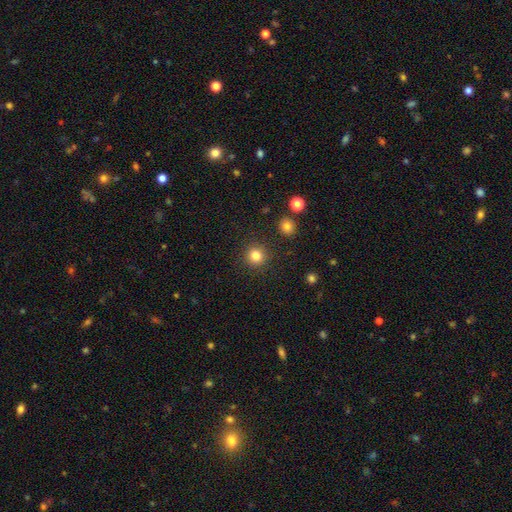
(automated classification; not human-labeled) Smooth or featured? Predicted: smooth (p=0.83). How rounded? Predicted: round (p=0.94). Merging? Predicted: none (p=0.91).